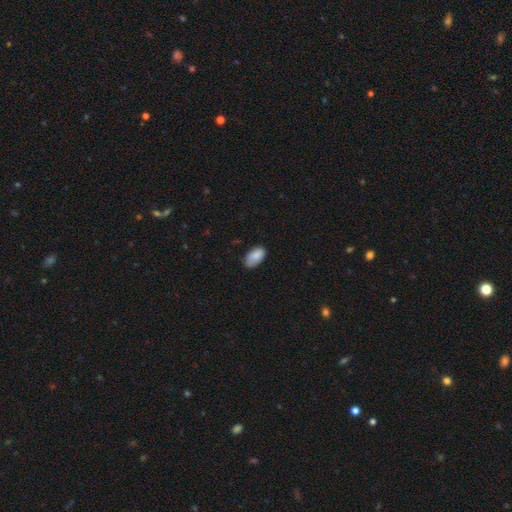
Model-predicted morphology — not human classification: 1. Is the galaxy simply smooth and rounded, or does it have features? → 85% smooth, 8% featured or disk, 7% star or artifact.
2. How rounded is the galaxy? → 94% in between, 4% round, 2% cigar-shaped.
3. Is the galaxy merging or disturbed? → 68% none, 26% minor disturbance, 5% major disturbance, 2% merger.